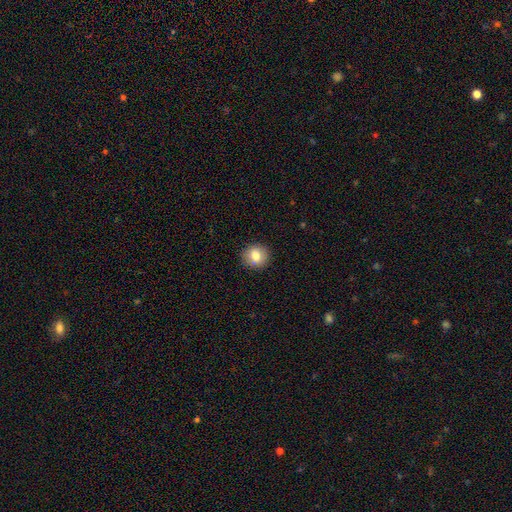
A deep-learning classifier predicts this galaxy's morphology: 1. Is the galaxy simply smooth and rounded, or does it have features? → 80% smooth, 11% featured or disk, 9% star or artifact.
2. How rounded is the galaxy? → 87% round, 12% in between, 1% cigar-shaped.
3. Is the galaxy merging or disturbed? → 91% none, 6% minor disturbance, 2% major disturbance, 1% merger.